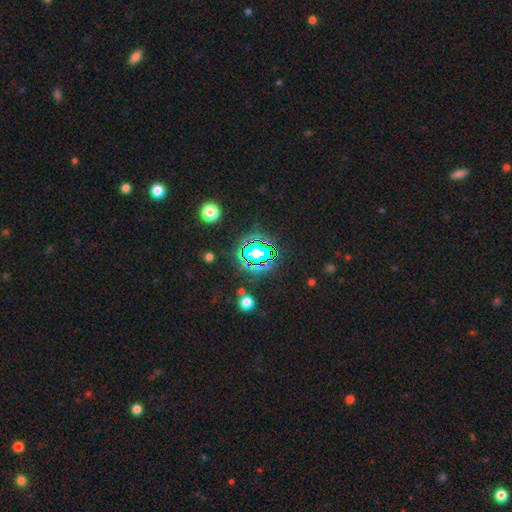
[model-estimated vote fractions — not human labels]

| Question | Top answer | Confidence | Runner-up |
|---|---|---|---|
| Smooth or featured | star or artifact | 68% | smooth (20%) |